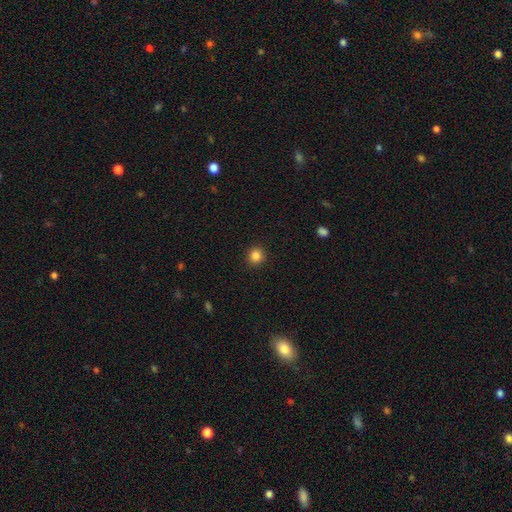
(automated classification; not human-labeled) Smooth or featured?
  - smooth: 85% *
  - star or artifact: 11%
  - featured or disk: 4%
How rounded?
  - round: 90% *
  - in between: 9%
  - cigar-shaped: 1%
Merging?
  - none: 92% *
  - minor disturbance: 5%
  - major disturbance: 2%
  - merger: 1%